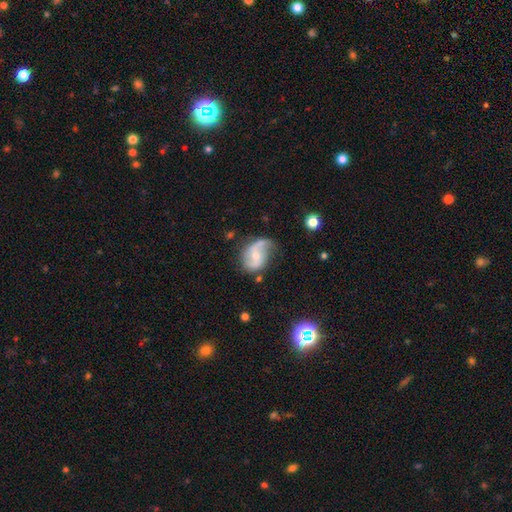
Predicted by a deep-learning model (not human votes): The model was most divided on "bulge size": moderate: 49%, small: 46%, none: 2%, large: 2%, dominant: 1%. Remaining: edge-on disk — no (97%); spiral arms — yes (92%); spiral arm count — 2 (81%); smooth or featured — featured or disk (77%); spiral winding — loose (55%); merging — none (54%); bar — no (49%).